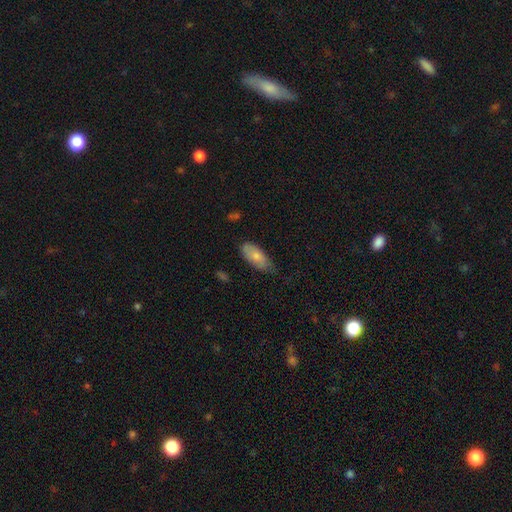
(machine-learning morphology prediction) This is likely a smooth galaxy (75%). How rounded: clearly in between (87%). Merging: possibly none (55%).